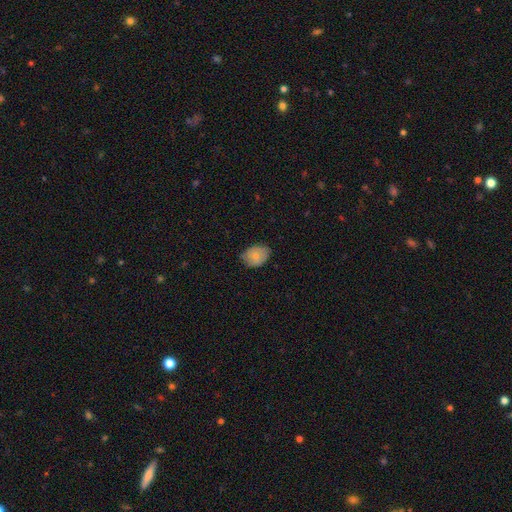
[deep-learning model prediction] smooth 75%, featured or disk 18%, star or artifact 7%. Down the decision tree: how rounded — in between (68%); merging — none (70%).